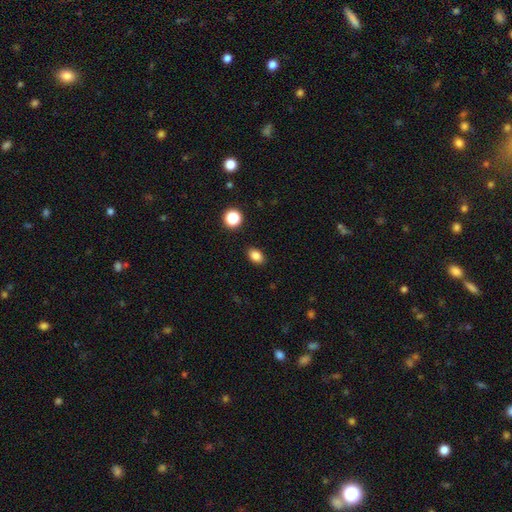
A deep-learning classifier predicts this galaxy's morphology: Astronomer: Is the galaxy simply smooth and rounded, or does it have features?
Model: smooth — 85%.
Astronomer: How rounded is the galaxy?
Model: in between — 80%.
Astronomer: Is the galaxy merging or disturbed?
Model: none — 89%.